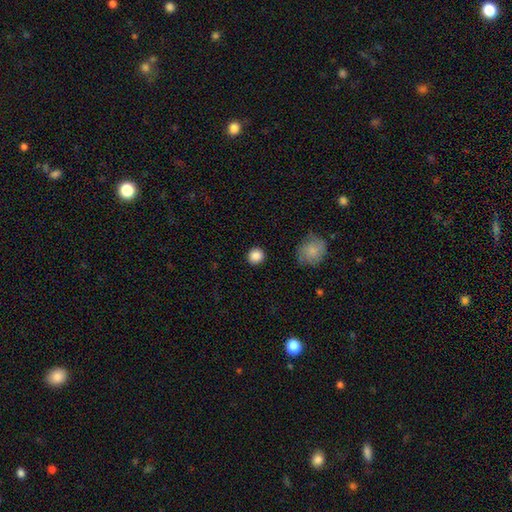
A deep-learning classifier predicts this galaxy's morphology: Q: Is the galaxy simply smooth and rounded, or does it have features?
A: smooth — 87%.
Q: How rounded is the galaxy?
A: round — 91%.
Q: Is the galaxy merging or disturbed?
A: none — 90%.